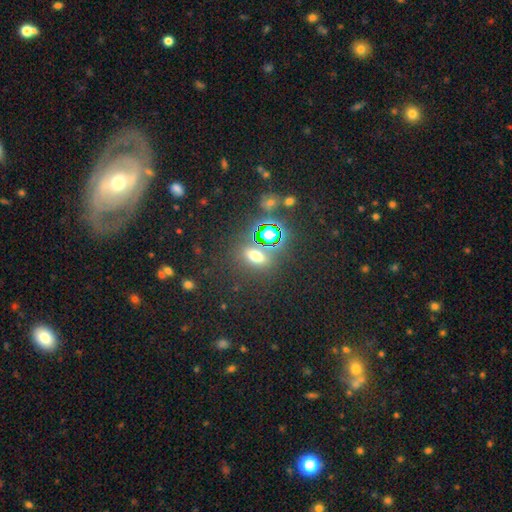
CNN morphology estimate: Smooth or featured: smooth — 53% (star or artifact — 37%)
How rounded: in between — 60% (round — 32%)
Merging: none — 77% (minor disturbance — 10%)